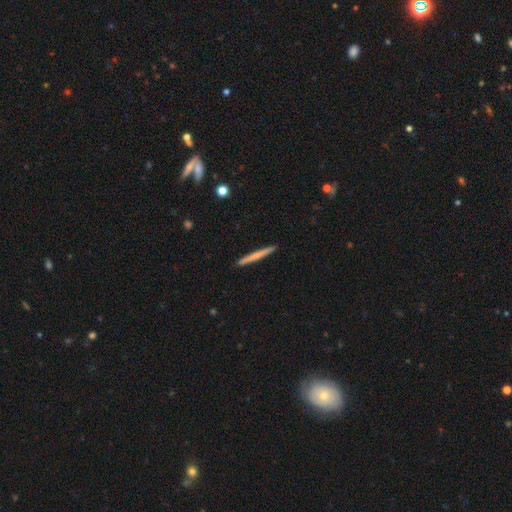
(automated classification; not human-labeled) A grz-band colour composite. It shows a smooth galaxy with no disk features (51%) that is cigar-shaped (96%). Merging: none (92%).